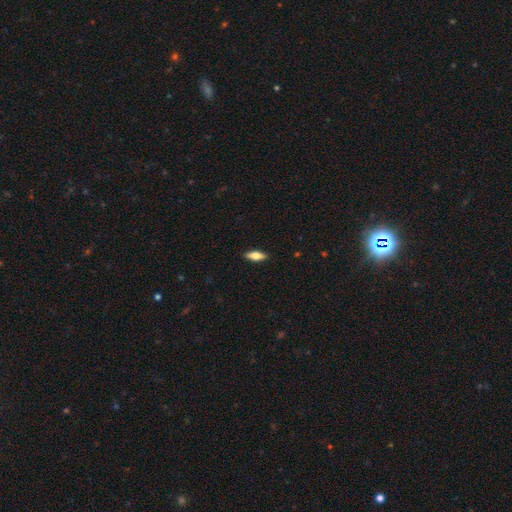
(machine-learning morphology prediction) A smooth galaxy with no disk features (67%) that is in between round and cigar-shaped (69%).

Vote fractions:
- Smooth or featured? smooth: 67% / featured or disk: 27% / star or artifact: 7%
- How rounded? in between: 69% / cigar-shaped: 29% / round: 3%
- Merging? none: 89% / minor disturbance: 8% / major disturbance: 2% / merger: 1%